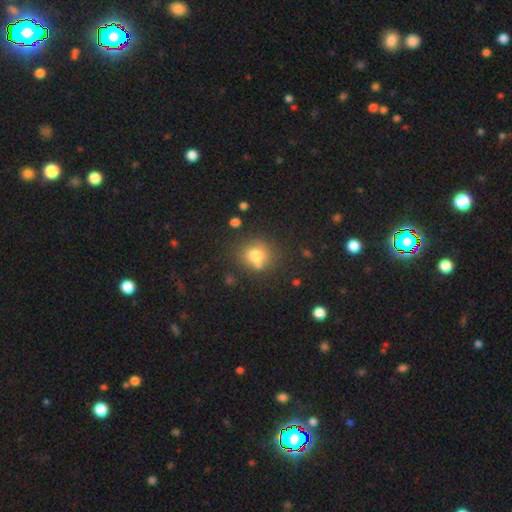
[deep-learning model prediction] Smooth or featured: smooth — 74% (star or artifact — 13%)
How rounded: round — 79% (in between — 20%)
Merging: none — 64% (merger — 16%)